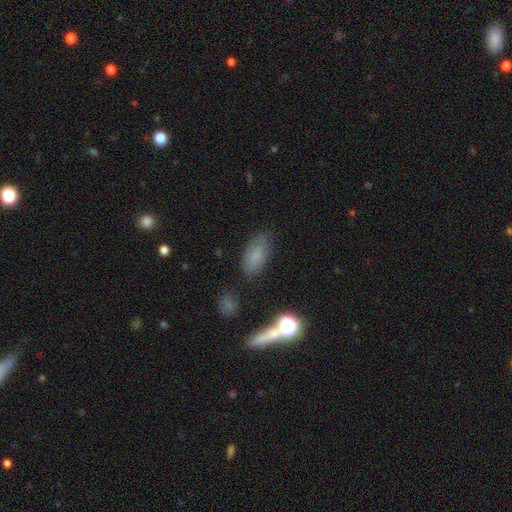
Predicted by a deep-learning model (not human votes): This is likely a smooth galaxy (74%). How rounded: clearly in between (88%). Merging: likely none (76%).